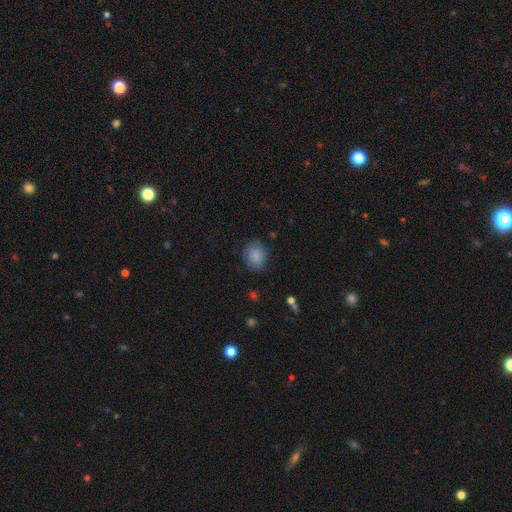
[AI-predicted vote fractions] smooth-or-featured: smooth: 86% | star or artifact: 8% | featured or disk: 6%
  how-rounded: round: 68% | in between: 31% | cigar-shaped: 1%
  merging: none: 81% | minor disturbance: 14% | major disturbance: 4% | merger: 1%